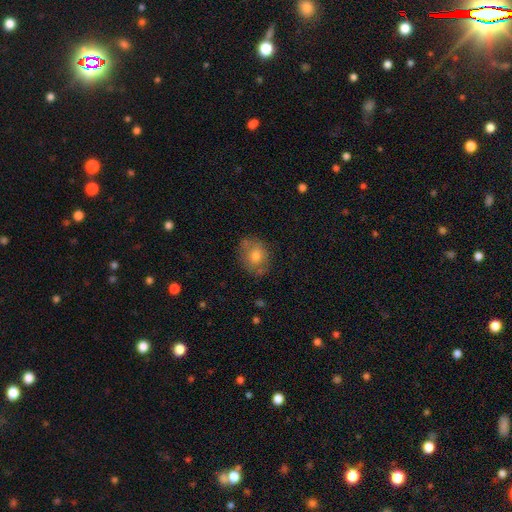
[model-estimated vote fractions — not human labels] smooth_or_featured: smooth (p=0.64) [alt: featured or disk p=0.25]
how_rounded: round (p=0.57) [alt: in between p=0.42]
merging: none (p=0.72) [alt: minor disturbance p=0.19]